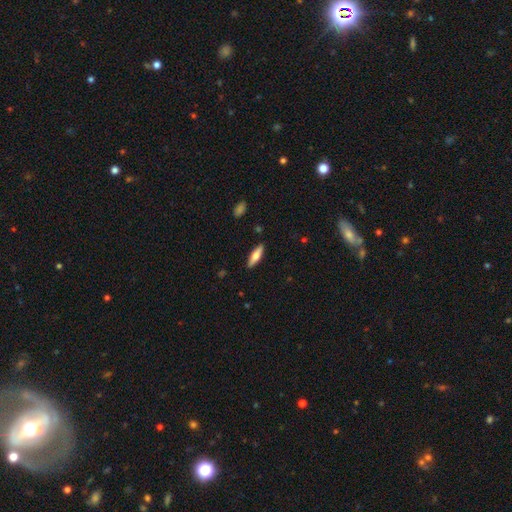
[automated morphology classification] Q: Smooth or featured?
A: smooth (60%); runner-up: featured or disk (34%)
Q: How rounded?
A: cigar-shaped (58%); runner-up: in between (40%)
Q: Merging?
A: none (89%); runner-up: minor disturbance (8%)